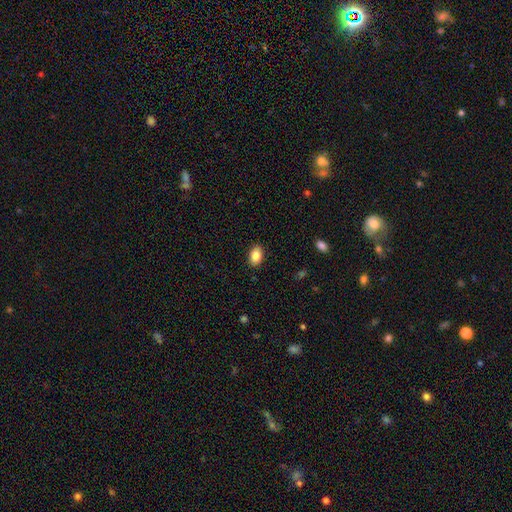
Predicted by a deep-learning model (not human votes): smooth 85%, star or artifact 8%, featured or disk 7%. Down the decision tree: how rounded — in between (87%); merging — none (89%).